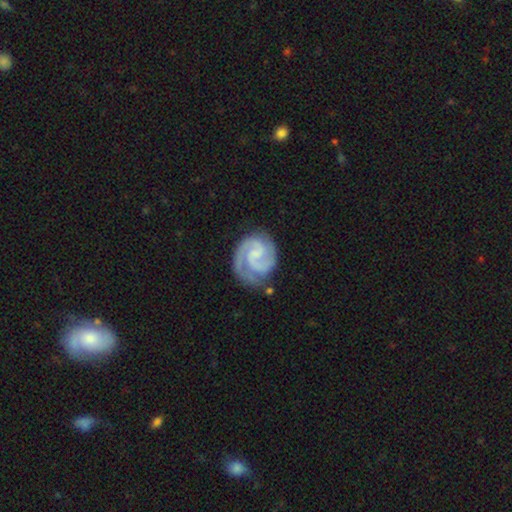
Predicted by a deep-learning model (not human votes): A featured or disk galaxy (90%) with no bar (45%), 2 (88%) tight (54%) spiral arms (98%) and no central bulge (43%).

Vote fractions:
- Smooth or featured? featured or disk: 90% / smooth: 6% / star or artifact: 4%
- Edge-on disk? no: 98% / yes: 2%
- Bar? no: 45% / weak: 42% / strong: 12%
- Spiral arms? yes: 98% / no: 2%
- Spiral winding? tight: 54% / medium: 41% / loose: 6%
- Spiral arm count? 2: 88% / 3: 5% / can't tell: 3% / 1: 2% / 4: 1% / more than 4: 1%
- Bulge size? none: 43% / small: 41% / moderate: 14% / large: 2% / dominant: 1%
- Merging? none: 75% / minor disturbance: 17% / major disturbance: 6% / merger: 2%